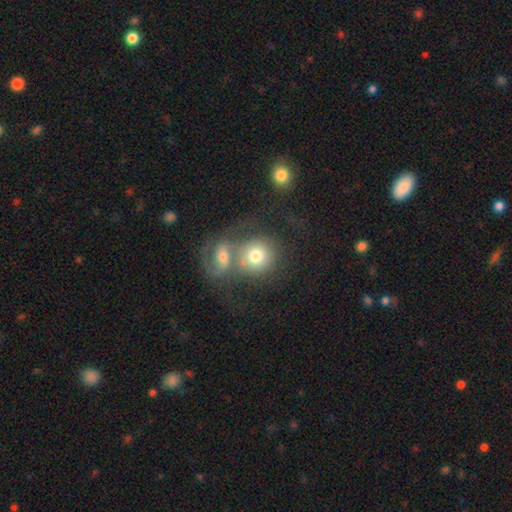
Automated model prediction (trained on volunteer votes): Q: Smooth or featured?
A: smooth (57%); runner-up: featured or disk (34%)
Q: How rounded?
A: round (77%); runner-up: in between (21%)
Q: Merging?
A: merger (57%); runner-up: none (27%)